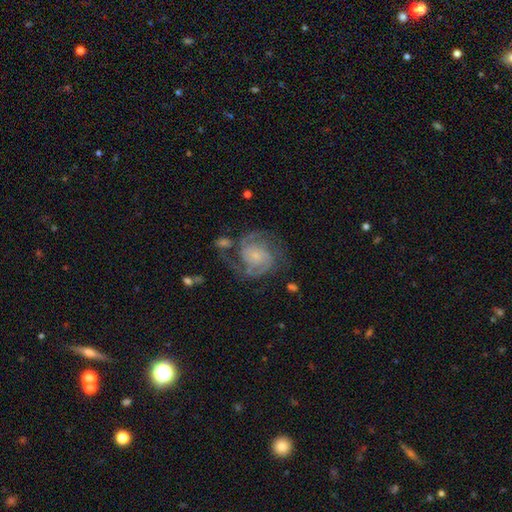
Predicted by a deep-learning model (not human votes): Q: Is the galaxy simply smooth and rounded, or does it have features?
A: featured or disk — 85%.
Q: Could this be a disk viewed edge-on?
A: no — 98%.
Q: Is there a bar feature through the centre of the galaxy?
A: no — 68%.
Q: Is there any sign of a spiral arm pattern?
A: yes — 96%.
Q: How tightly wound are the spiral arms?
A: medium — 44%.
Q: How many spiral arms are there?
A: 2 — 63%.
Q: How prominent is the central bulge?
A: small — 73%.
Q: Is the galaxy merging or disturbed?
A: none — 57%.